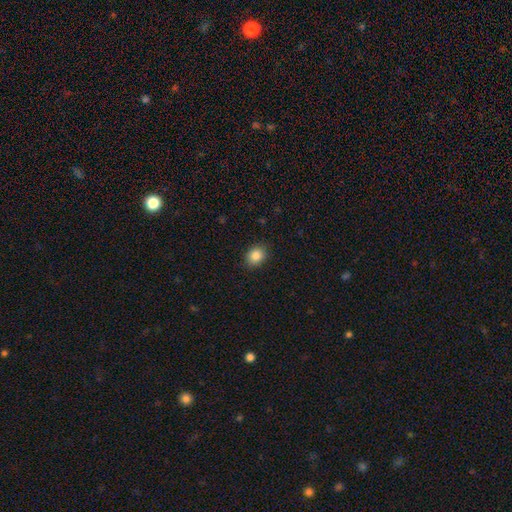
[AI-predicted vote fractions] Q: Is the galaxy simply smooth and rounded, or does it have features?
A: smooth — 86%.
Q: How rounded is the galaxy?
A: in between — 51%.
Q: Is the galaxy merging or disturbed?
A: none — 89%.